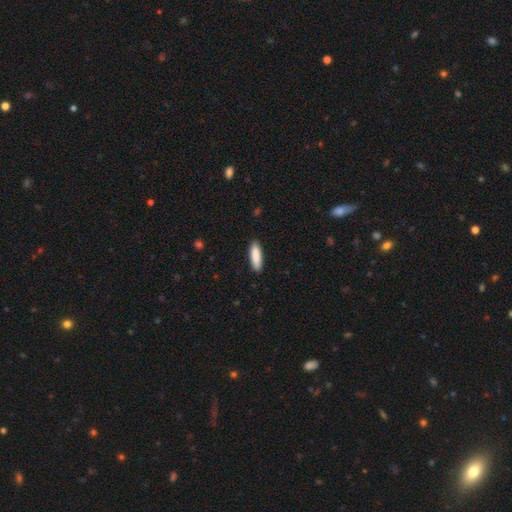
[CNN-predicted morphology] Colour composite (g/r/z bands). It shows a smooth galaxy with no disk features (89%) that is cigar-shaped (52%). Merging: none (89%).